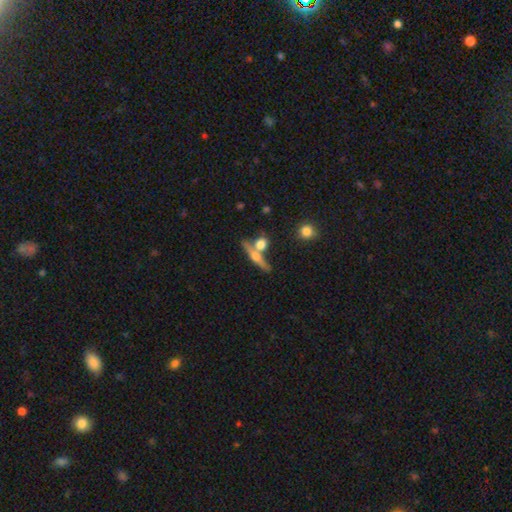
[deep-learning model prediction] The model was most divided on "smooth or featured": featured or disk: 61%, smooth: 31%, star or artifact: 8%. More confident: edge-on disk — yes (93%); edge-on bulge — rounded (89%); merging — none (63%).